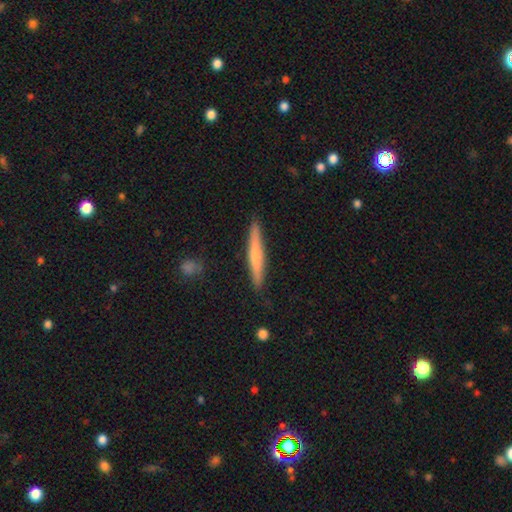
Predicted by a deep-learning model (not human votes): Q: Smooth or featured?
A: smooth (60%); runner-up: featured or disk (35%)
Q: How rounded?
A: cigar-shaped (95%); runner-up: in between (4%)
Q: Merging?
A: none (89%); runner-up: minor disturbance (8%)